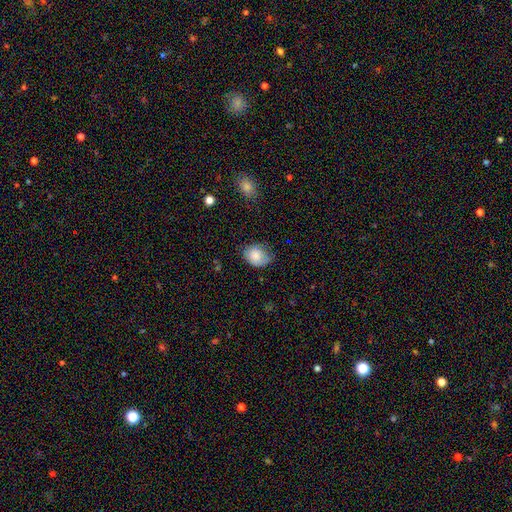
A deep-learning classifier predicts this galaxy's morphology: smooth_or_featured: smooth (p=0.80) [alt: featured or disk p=0.12]
how_rounded: in between (p=0.57) [alt: round p=0.42]
merging: none (p=0.60) [alt: minor disturbance p=0.31]